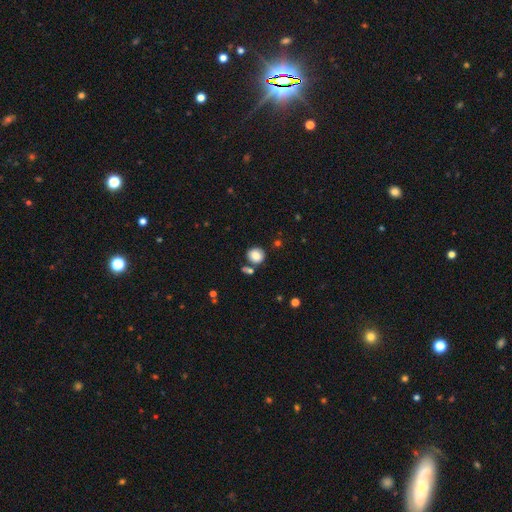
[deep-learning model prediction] smooth-or-featured: smooth: 83% | star or artifact: 9% | featured or disk: 8%
  how-rounded: round: 81% | in between: 18% | cigar-shaped: 1%
  merging: none: 72% | merger: 13% | minor disturbance: 12% | major disturbance: 4%